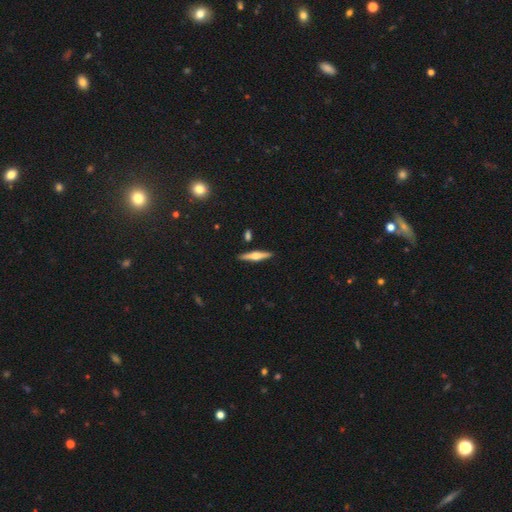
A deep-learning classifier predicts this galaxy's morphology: Smooth or featured? Predicted: featured or disk (p=0.63). Edge-on disk? Predicted: yes (p=0.97). Edge-on bulge? Predicted: rounded (p=0.88). Merging? Predicted: none (p=0.89).